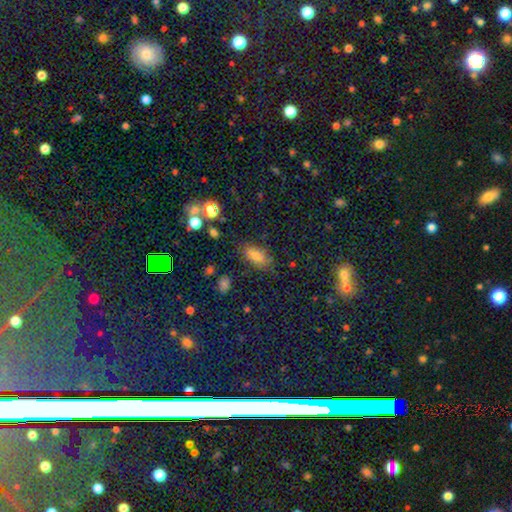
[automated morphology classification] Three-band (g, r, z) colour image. It shows a smooth galaxy with no disk features (67%) that is in between round and cigar-shaped (84%). Merging: none (77%).